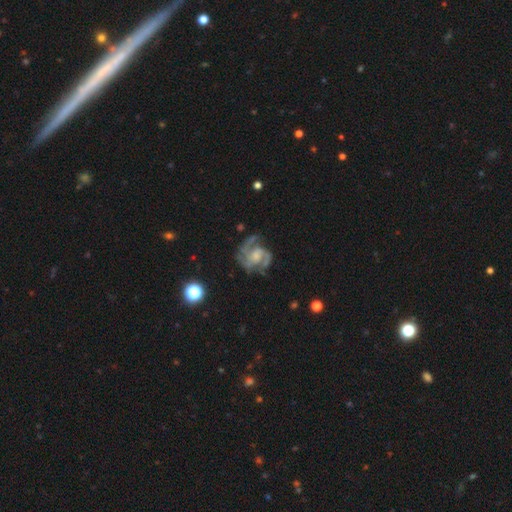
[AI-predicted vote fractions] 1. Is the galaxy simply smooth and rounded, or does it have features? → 86% featured or disk, 8% smooth, 6% star or artifact.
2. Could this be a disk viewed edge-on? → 98% no, 2% yes.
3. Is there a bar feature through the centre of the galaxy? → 64% no, 30% weak, 6% strong.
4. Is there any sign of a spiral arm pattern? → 96% yes, 4% no.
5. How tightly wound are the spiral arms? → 50% medium, 36% tight, 14% loose.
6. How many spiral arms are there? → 40% 3, 28% 2, 14% can't tell, 7% 4, 6% 1, 5% more than 4.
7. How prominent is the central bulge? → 34% moderate (tied), 34% small (tied), 21% none, 10% large, 2% dominant.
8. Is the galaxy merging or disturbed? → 62% none, 19% minor disturbance, 16% major disturbance, 2% merger.